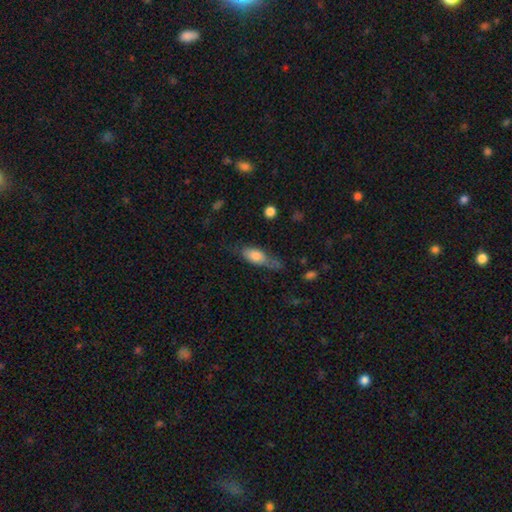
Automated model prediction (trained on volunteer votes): The model was most divided on "merging": none: 40%, minor disturbance: 34%, major disturbance: 22%, merger: 4%. More confident: how rounded — in between (72%); smooth or featured — smooth (70%).